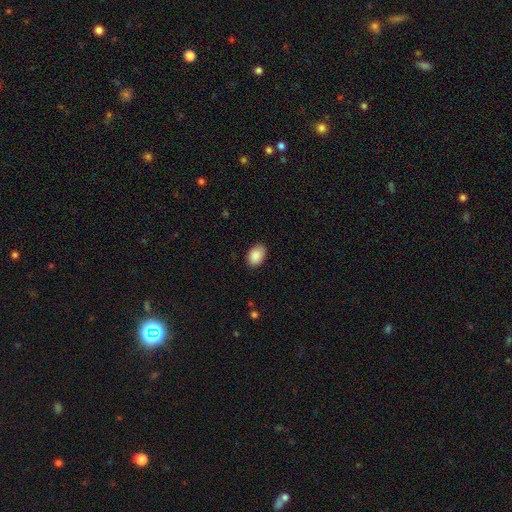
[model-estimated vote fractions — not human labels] Q: Smooth or featured?
A: smooth (89%); runner-up: star or artifact (7%)
Q: How rounded?
A: in between (82%); runner-up: round (17%)
Q: Merging?
A: none (84%); runner-up: minor disturbance (13%)